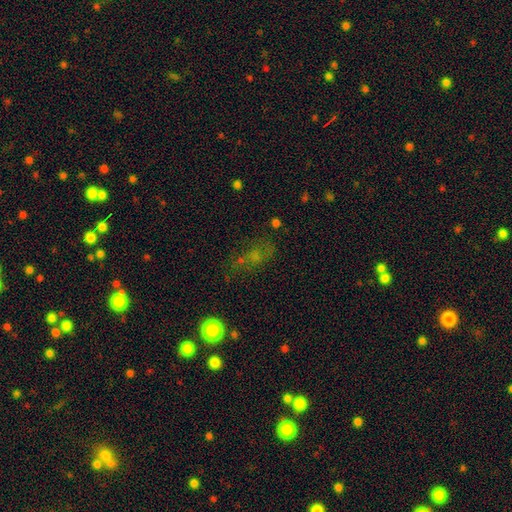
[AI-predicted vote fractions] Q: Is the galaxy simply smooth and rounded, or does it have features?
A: smooth — 42%.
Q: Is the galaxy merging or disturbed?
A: none — 55%.